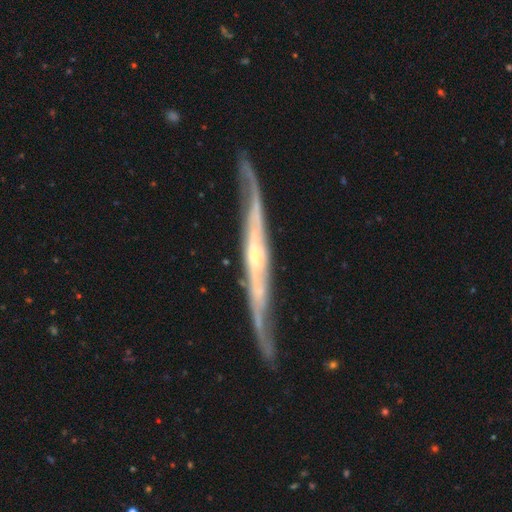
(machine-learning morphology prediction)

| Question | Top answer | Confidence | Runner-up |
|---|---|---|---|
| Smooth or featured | featured or disk | 88% | smooth (8%) |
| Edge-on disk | yes | 79% | no (21%) |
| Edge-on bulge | rounded | 50% | none (39%) |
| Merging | none | 70% | minor disturbance (21%) |